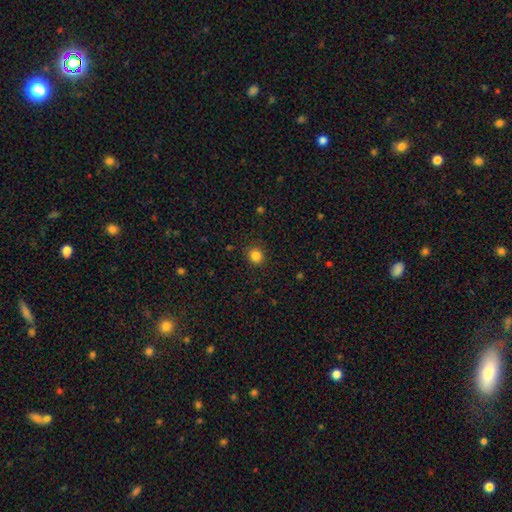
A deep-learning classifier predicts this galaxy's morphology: Smooth or featured: smooth — 85% (star or artifact — 12%)
How rounded: round — 81% (in between — 18%)
Merging: none — 88% (minor disturbance — 8%)